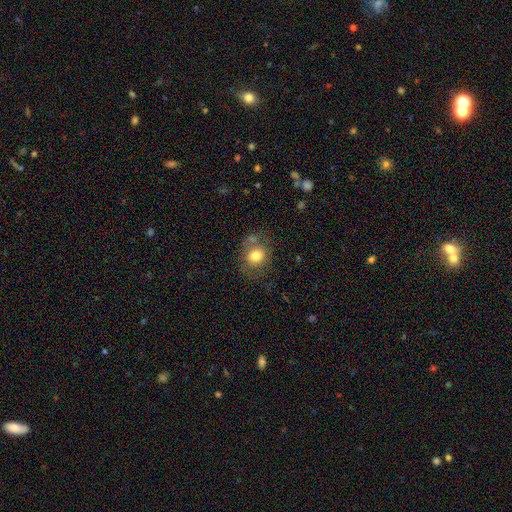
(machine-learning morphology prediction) Smooth or featured: smooth — 74% (featured or disk — 16%)
How rounded: round — 67% (in between — 32%)
Merging: none — 61% (minor disturbance — 19%)